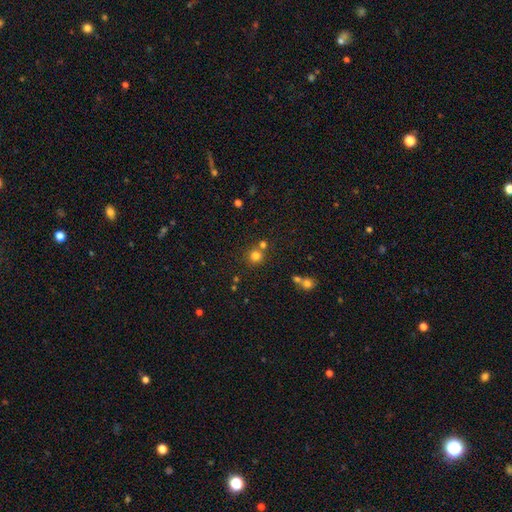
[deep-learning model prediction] Morphology: type=smooth (76%); roundness=round (91%); merging=none (69%).